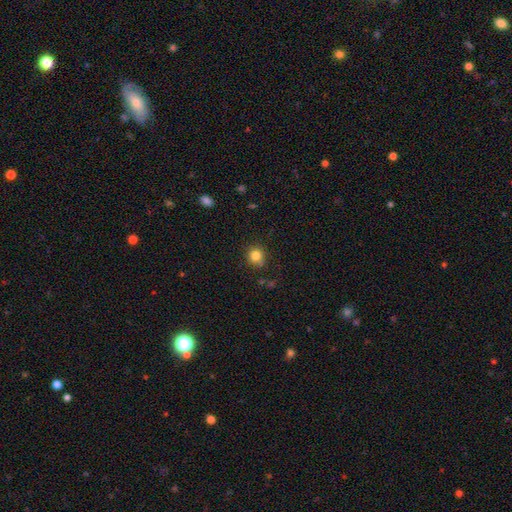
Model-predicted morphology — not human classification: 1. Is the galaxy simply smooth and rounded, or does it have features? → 82% smooth, 12% star or artifact, 6% featured or disk.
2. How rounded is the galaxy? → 89% round, 10% in between, 1% cigar-shaped.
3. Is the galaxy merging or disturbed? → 83% none, 11% minor disturbance, 3% merger, 3% major disturbance.